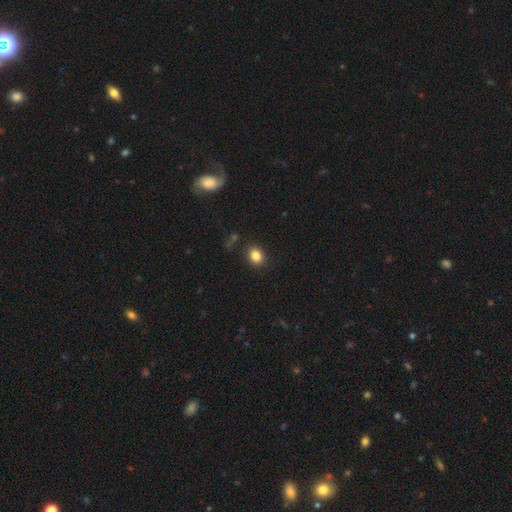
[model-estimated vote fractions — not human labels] Morphology: type=smooth (84%); roundness=round (50%); merging=none (85%).